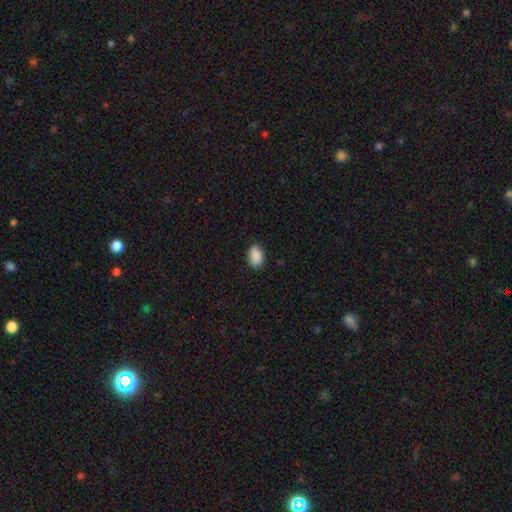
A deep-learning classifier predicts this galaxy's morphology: This is clearly a smooth galaxy (88%). How rounded: clearly in between (81%). Merging: likely none (79%).